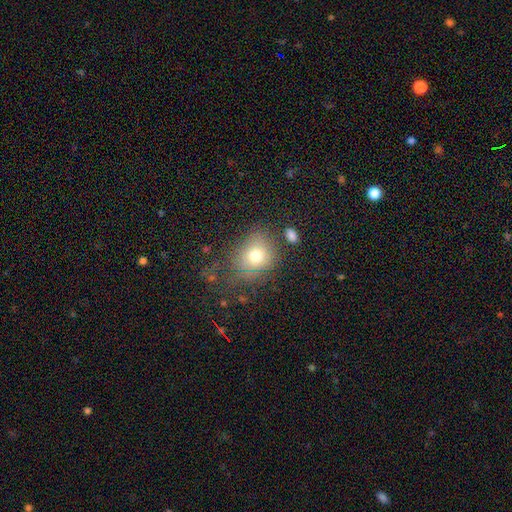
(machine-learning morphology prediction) This appears to be a smooth galaxy with no disk features (75%) that is round (59%). Merging: none (58%).